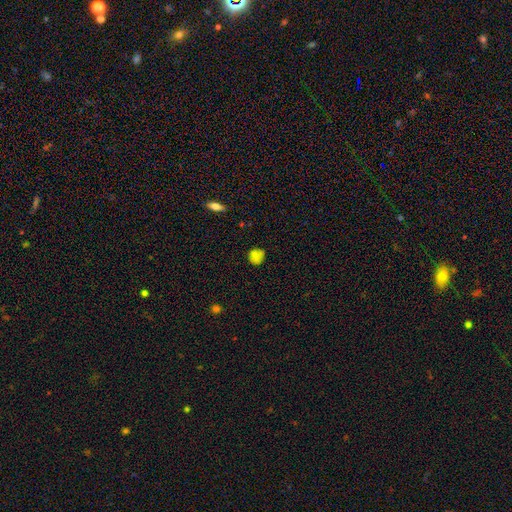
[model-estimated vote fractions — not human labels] smooth-or-featured: smooth: 75% | star or artifact: 14% | featured or disk: 10%
  how-rounded: round: 73% | in between: 25% | cigar-shaped: 1%
  merging: none: 68% | minor disturbance: 22% | major disturbance: 6% | merger: 4%